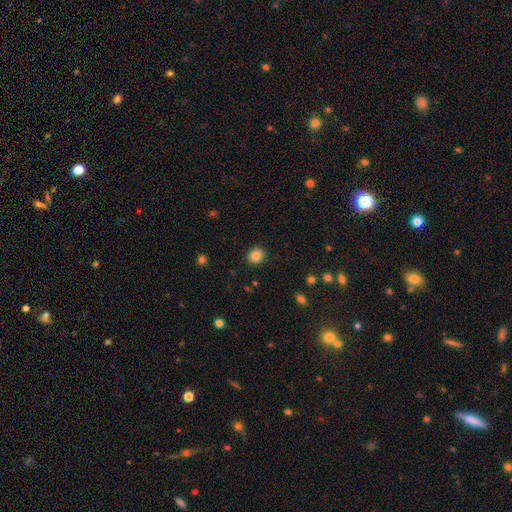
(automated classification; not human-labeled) A smooth galaxy with no disk features (85%) that is round (80%).

Vote fractions:
- Smooth or featured? smooth: 85% / star or artifact: 10% / featured or disk: 5%
- How rounded? round: 80% / in between: 19% / cigar-shaped: 1%
- Merging? none: 90% / minor disturbance: 6% / major disturbance: 2% / merger: 1%